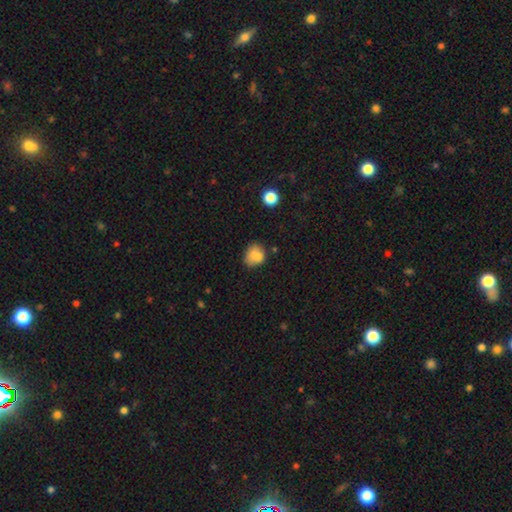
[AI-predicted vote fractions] A smooth galaxy with no disk features (75%) that is round (61%). Merging: none (50%).